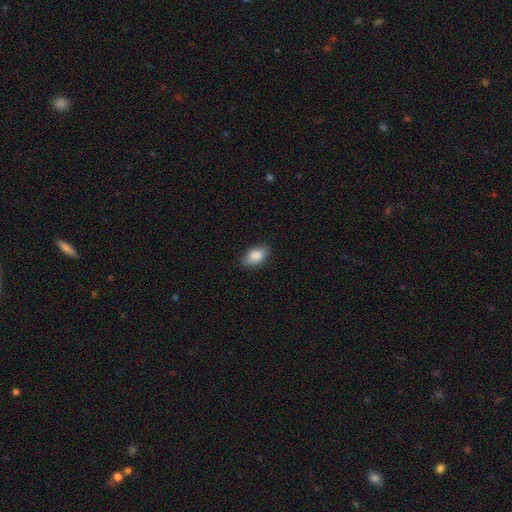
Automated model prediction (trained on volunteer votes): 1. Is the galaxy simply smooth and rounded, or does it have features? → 87% smooth, 7% star or artifact, 6% featured or disk.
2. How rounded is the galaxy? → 91% in between, 6% round, 3% cigar-shaped.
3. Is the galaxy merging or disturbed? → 82% none, 14% minor disturbance, 3% major disturbance, 1% merger.